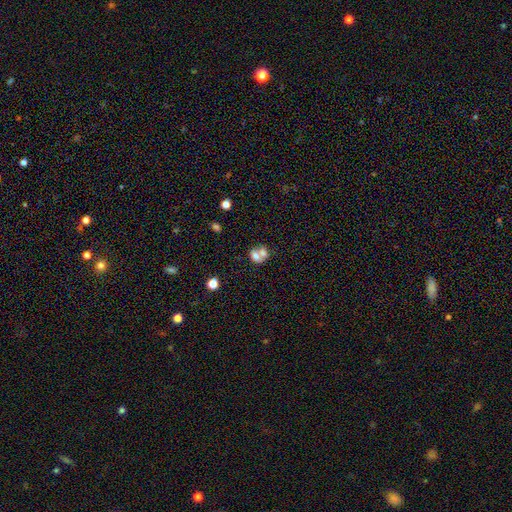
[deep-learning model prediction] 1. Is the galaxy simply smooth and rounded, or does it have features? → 62% smooth, 27% featured or disk, 10% star or artifact.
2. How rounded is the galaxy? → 55% round, 44% in between, 1% cigar-shaped.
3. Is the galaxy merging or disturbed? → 65% merger, 24% none, 7% minor disturbance, 4% major disturbance.